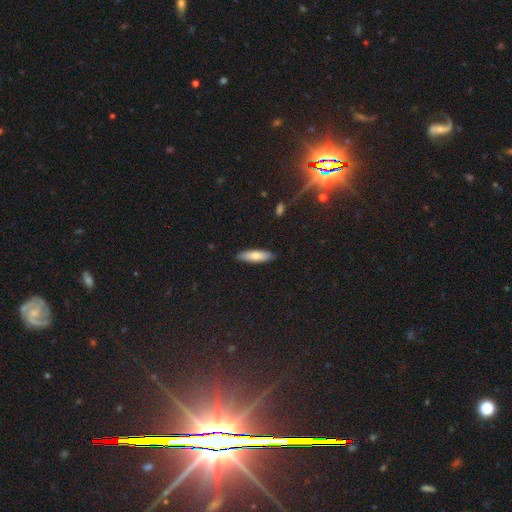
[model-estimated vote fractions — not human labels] smooth_or_featured: smooth (p=0.74) [alt: featured or disk p=0.20]
how_rounded: cigar-shaped (p=0.53) [alt: in between p=0.45]
merging: none (p=0.88) [alt: minor disturbance p=0.09]